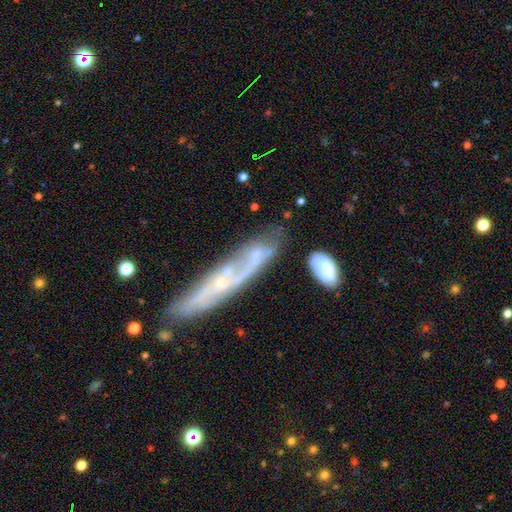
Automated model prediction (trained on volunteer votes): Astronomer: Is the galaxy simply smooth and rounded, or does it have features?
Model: featured or disk — 55% (runner-up: smooth, 35%).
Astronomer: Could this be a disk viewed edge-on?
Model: no — 67%.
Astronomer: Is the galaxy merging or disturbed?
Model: none — 42% (runner-up: minor disturbance, 20%).